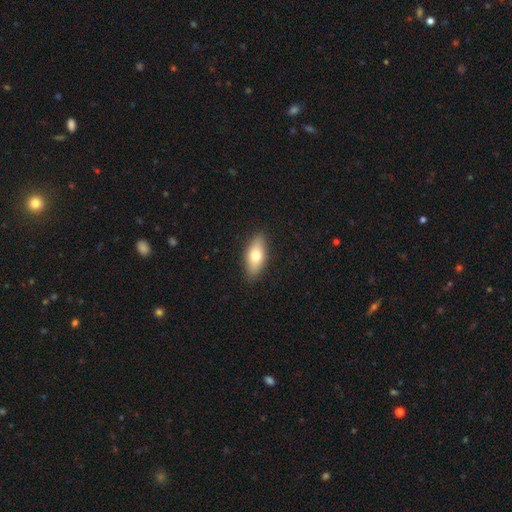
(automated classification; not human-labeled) Smooth or featured?
  - smooth: 70% *
  - featured or disk: 24%
  - star or artifact: 7%
How rounded?
  - in between: 82% *
  - cigar-shaped: 13%
  - round: 4%
Merging?
  - none: 88% *
  - minor disturbance: 9%
  - major disturbance: 2%
  - merger: 1%